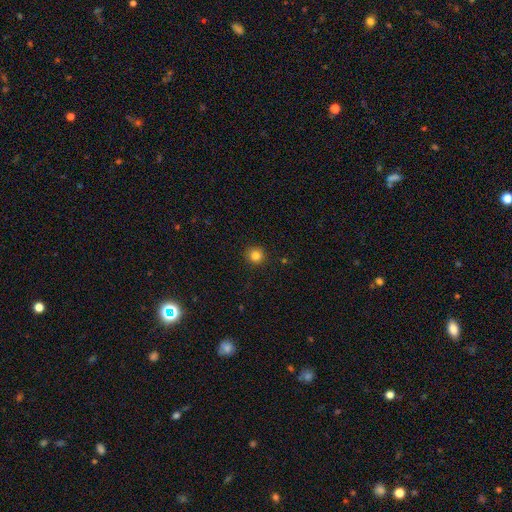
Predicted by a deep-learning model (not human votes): A smooth galaxy with no disk features (83%) that is round (95%). Merging: none (92%).